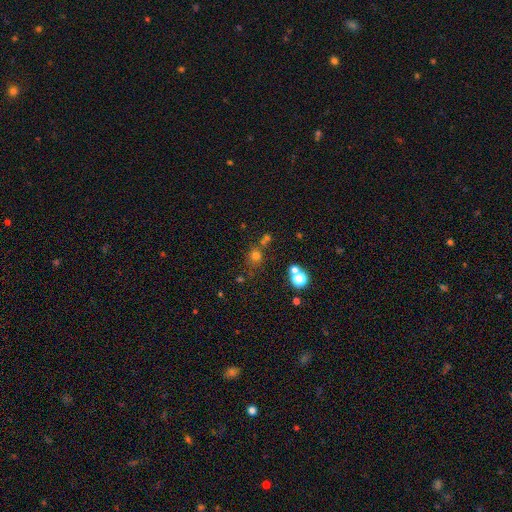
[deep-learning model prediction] This is likely a smooth galaxy (67%). How rounded: clearly round (85%). Merging: likely none (66%).